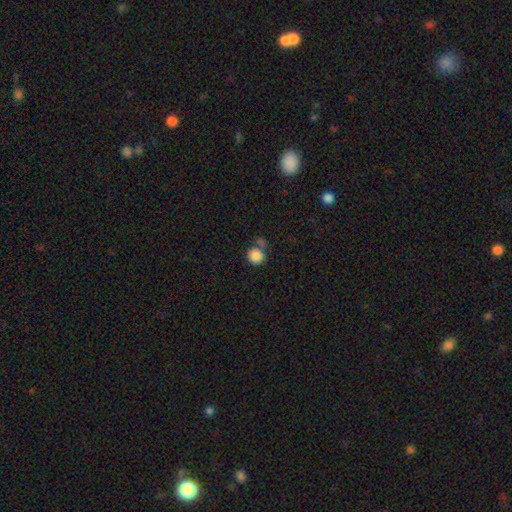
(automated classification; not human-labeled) This appears to be a smooth galaxy with no disk features (86%) that is round (91%). Merging: none (62%).